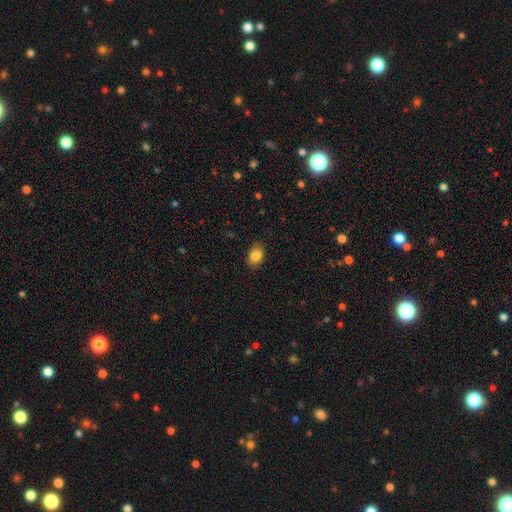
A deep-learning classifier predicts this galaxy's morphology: Q: Smooth or featured?
A: smooth (85%); runner-up: star or artifact (8%)
Q: How rounded?
A: in between (82%); runner-up: round (17%)
Q: Merging?
A: none (84%); runner-up: minor disturbance (12%)